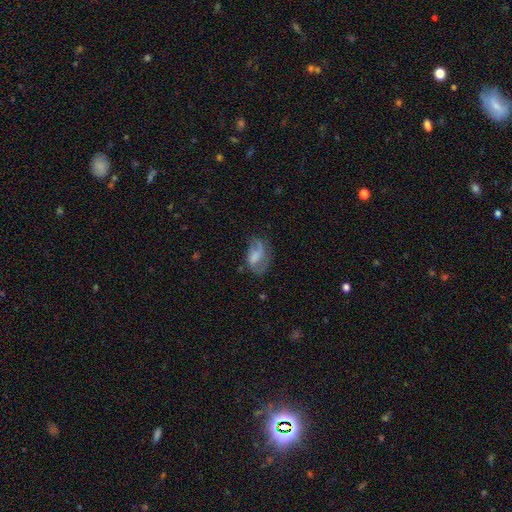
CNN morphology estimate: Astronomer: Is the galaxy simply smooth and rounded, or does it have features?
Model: featured or disk — 45% (runner-up: smooth, 44%).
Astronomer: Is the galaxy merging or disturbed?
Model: major disturbance — 37% (runner-up: none, 33%).